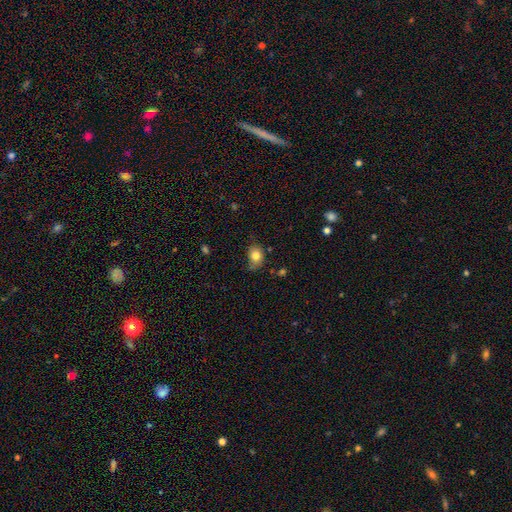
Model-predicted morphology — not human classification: The model was most divided on "how rounded": in between: 52%, round: 47%, cigar-shaped: 1%. More confident: smooth or featured — smooth (80%); merging — none (59%).